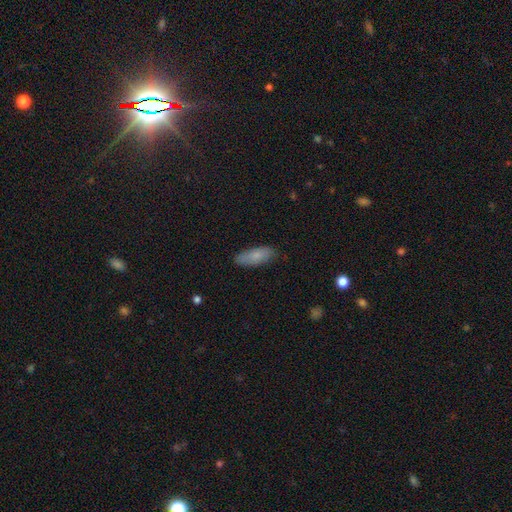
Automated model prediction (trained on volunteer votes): Overall: smooth (80%). How rounded: in between (66%; cigar-shaped 32%). Merging: none (83%).